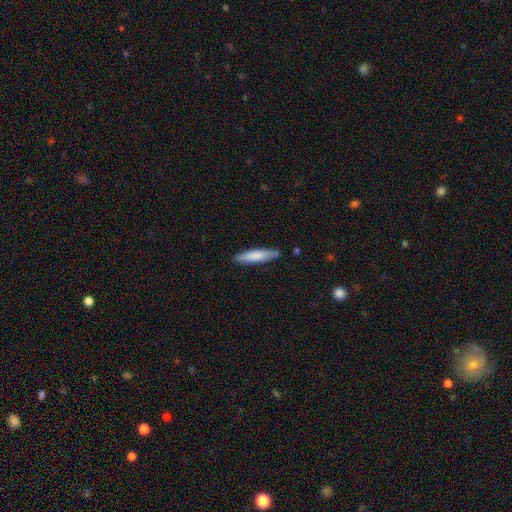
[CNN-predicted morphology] A smooth galaxy with no disk features (77%) that is cigar-shaped (85%).

Vote fractions:
- Smooth or featured? smooth: 77% / featured or disk: 18% / star or artifact: 5%
- How rounded? cigar-shaped: 85% / in between: 14% / round: 1%
- Merging? none: 87% / minor disturbance: 10% / major disturbance: 2% / merger: 1%